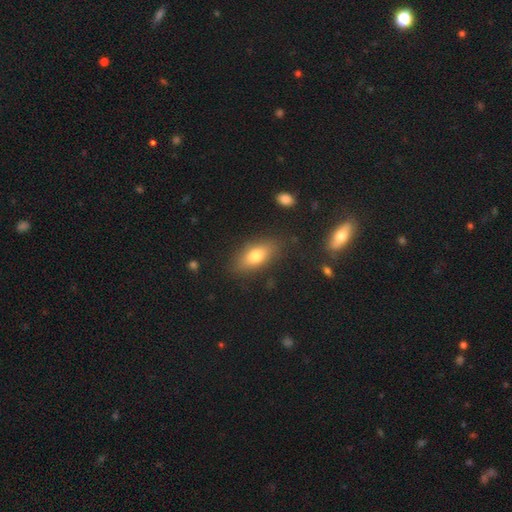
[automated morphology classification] type=smooth (75%); roundness=in between (82%); merging=none (83%).